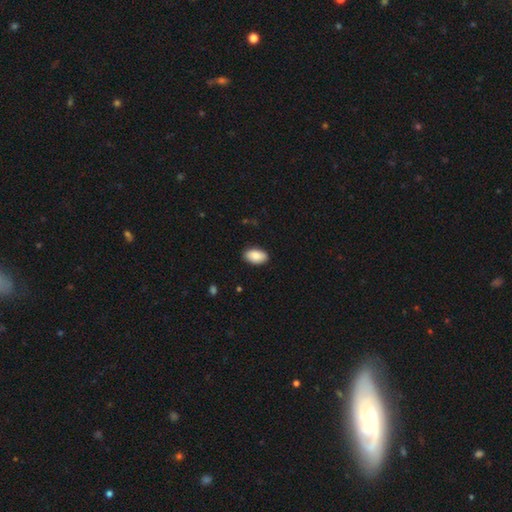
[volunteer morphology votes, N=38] smooth-or-featured: smooth: 95% | star or artifact: 5% | featured or disk: 0%
  how-rounded: in between: 97% | cigar-shaped: 3% | round: 0%
  merging: none: 92% | minor disturbance: 6% | major disturbance: 3% | merger: 0%